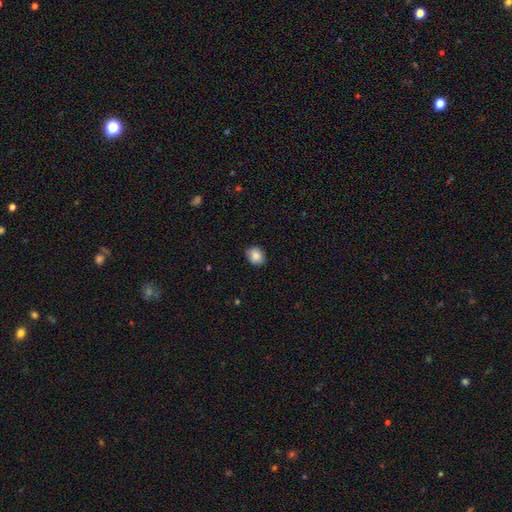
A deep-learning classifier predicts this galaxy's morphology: smooth 84%, star or artifact 8%, featured or disk 7%. Down the decision tree: how rounded — round (65%); merging — none (85%).